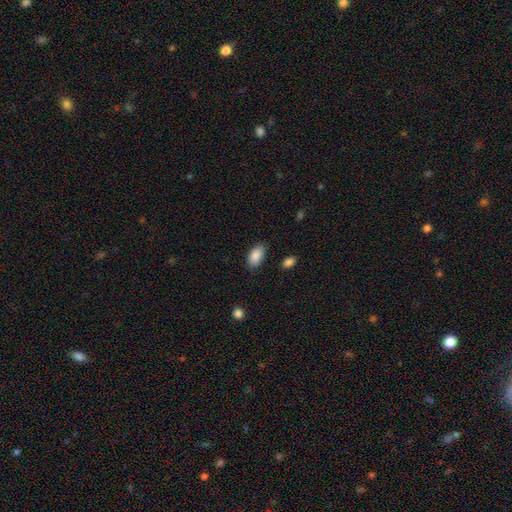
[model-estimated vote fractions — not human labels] This appears to be a smooth galaxy with no disk features (89%) that is in between round and cigar-shaped (94%). Merging: none (83%).